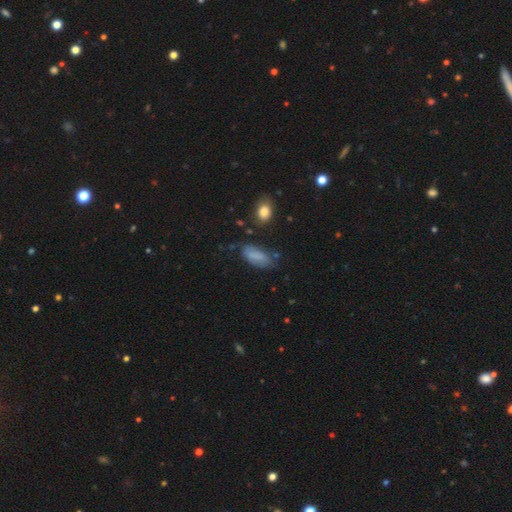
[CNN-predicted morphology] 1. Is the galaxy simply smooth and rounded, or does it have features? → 76% smooth, 15% featured or disk, 9% star or artifact.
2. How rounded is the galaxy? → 81% in between, 16% cigar-shaped, 3% round.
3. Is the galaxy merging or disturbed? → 60% none, 27% minor disturbance, 9% major disturbance, 4% merger.